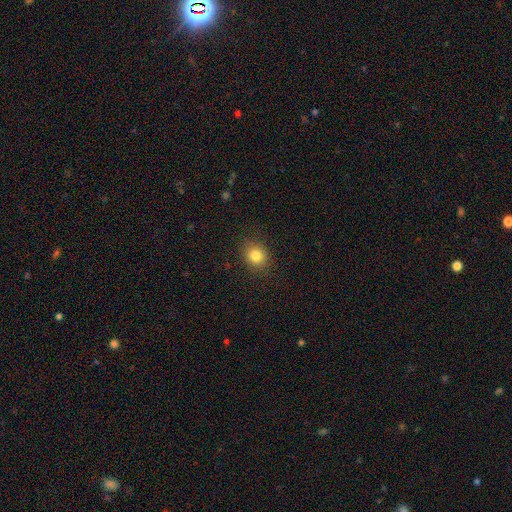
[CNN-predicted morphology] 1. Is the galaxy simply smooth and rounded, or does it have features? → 82% smooth, 11% star or artifact, 7% featured or disk.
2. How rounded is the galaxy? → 70% round, 29% in between, 1% cigar-shaped.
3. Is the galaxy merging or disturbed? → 87% none, 9% minor disturbance, 3% major disturbance, 1% merger.